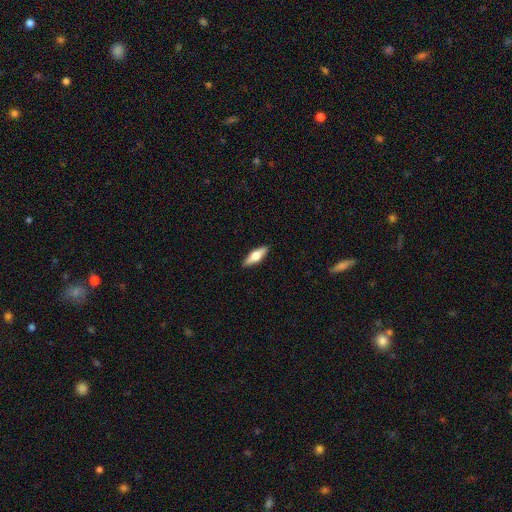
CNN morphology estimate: Smooth or featured? Predicted: smooth (p=0.51). How rounded? Predicted: in between (p=0.49). Merging? Predicted: none (p=0.90).